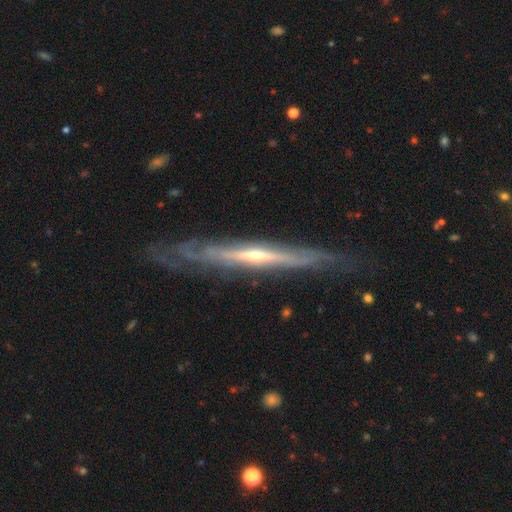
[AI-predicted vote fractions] A featured or disk galaxy (84%) viewed edge-on (80%) with a rounded central bulge (63%). Merging: none (73%).